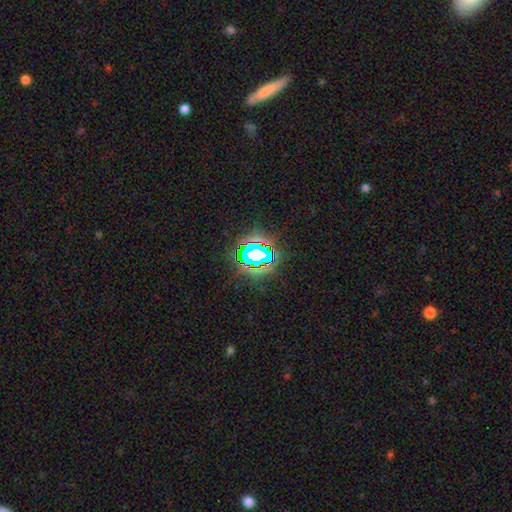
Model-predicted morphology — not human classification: Smooth or featured: star or artifact — 68% (smooth — 18%)